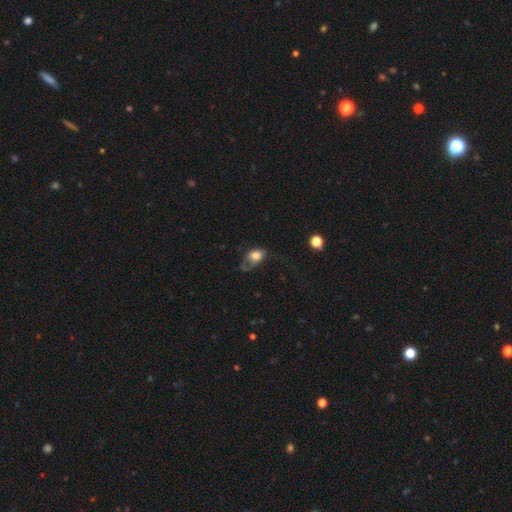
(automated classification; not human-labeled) Smooth or featured?
  - smooth: 68% *
  - featured or disk: 22%
  - star or artifact: 9%
How rounded?
  - in between: 70% *
  - round: 28%
  - cigar-shaped: 2%
Merging?
  - major disturbance: 41% *
  - minor disturbance: 28%
  - none: 27%
  - merger: 3%